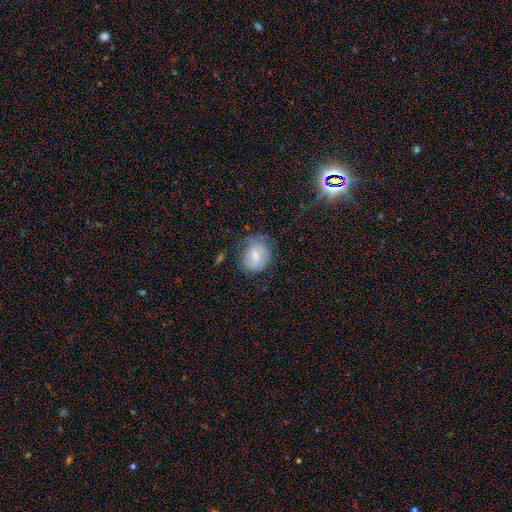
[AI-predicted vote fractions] Smooth or featured? smooth (59%)
How rounded? round (64%)
Merging? none (55%)